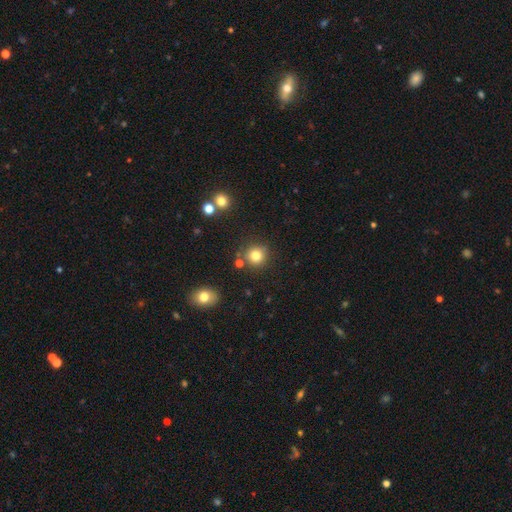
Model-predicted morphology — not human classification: smooth-or-featured: smooth: 80% | star or artifact: 13% | featured or disk: 7%
  how-rounded: round: 92% | in between: 7% | cigar-shaped: 1%
  merging: none: 82% | minor disturbance: 9% | merger: 6% | major disturbance: 3%